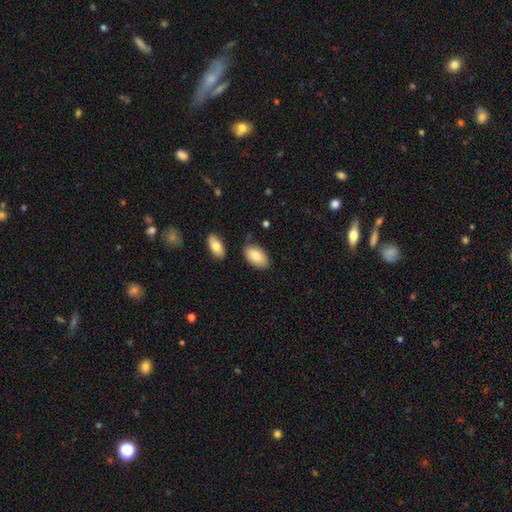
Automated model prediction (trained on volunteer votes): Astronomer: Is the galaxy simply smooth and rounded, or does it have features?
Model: smooth — 83%.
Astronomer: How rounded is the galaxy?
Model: in between — 94%.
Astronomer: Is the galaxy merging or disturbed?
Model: none — 75%.